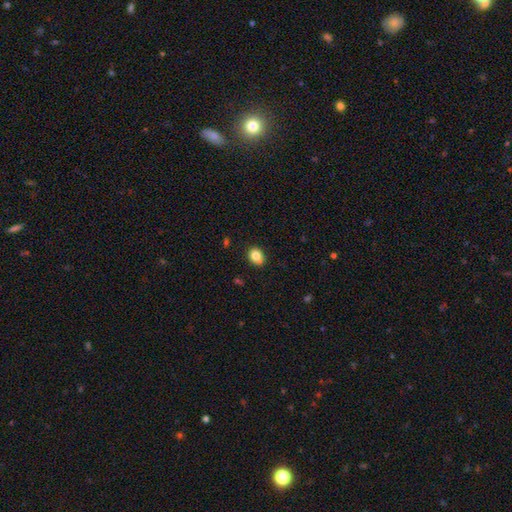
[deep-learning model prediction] Overall: smooth (83%). How rounded: round (50%; in between 49%). Merging: none (80%).